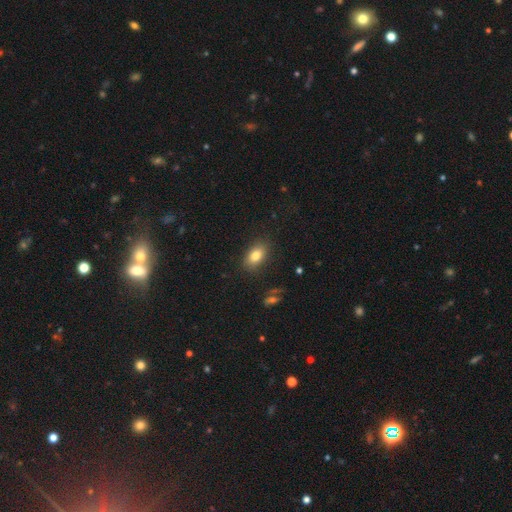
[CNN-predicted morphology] This appears to be a smooth galaxy with no disk features (80%) that is in between round and cigar-shaped (87%). Merging: none (84%).